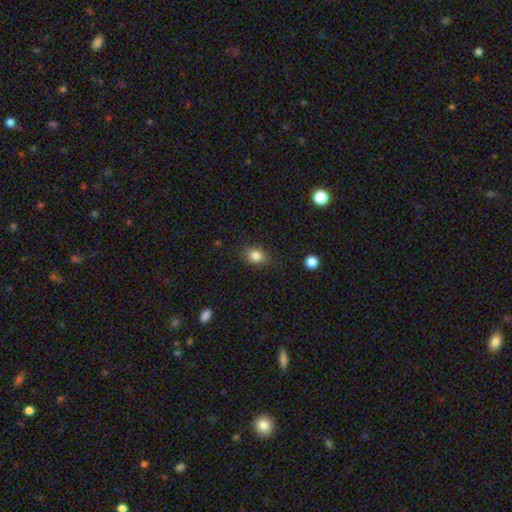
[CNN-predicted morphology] type=smooth (84%); roundness=in between (59%); merging=none (82%).